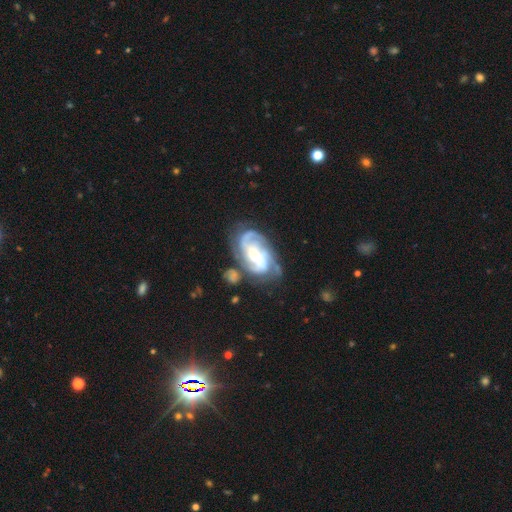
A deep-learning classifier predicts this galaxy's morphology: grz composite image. It shows a featured or disk galaxy (88%) with no bar (48%), 3 (35%) tight (49%) spiral arms (96%) and a moderate central bulge (55%). Merging: none (59%).